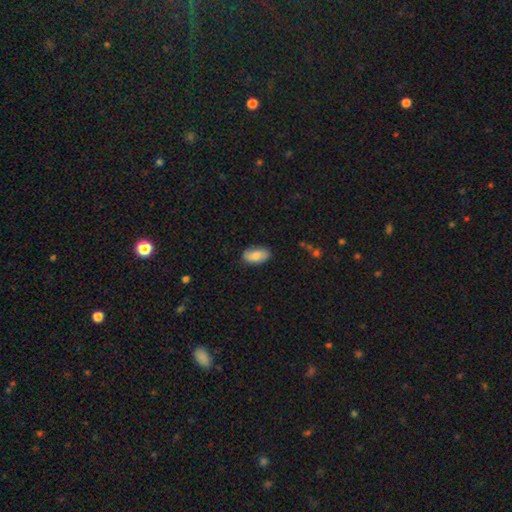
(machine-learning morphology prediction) Overall: smooth (77%). How rounded: in between (93%). Merging: none (82%).